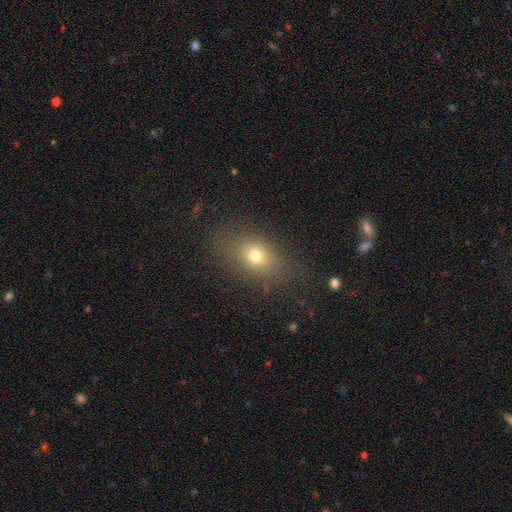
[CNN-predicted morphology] This is likely a smooth galaxy (72%). How rounded: likely in between (71%). Merging: likely none (79%).